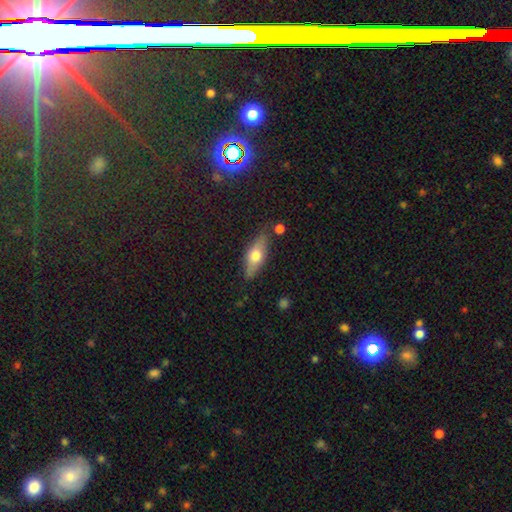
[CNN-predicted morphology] The model was most divided on "smooth or featured": smooth: 55%, featured or disk: 38%, star or artifact: 7%. More confident: merging — none (77%); how rounded — in between (62%).